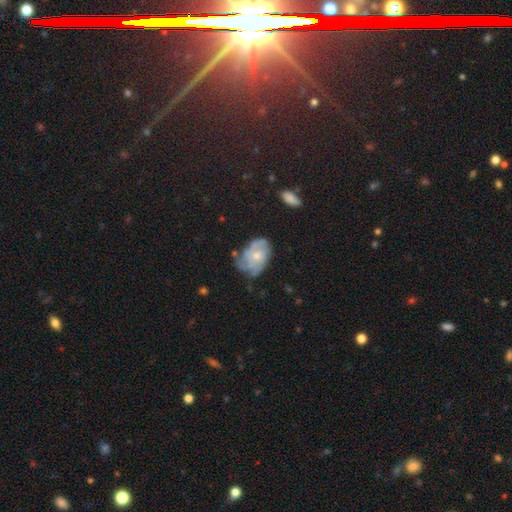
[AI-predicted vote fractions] Smooth or featured? featured or disk (59%)
Edge-on disk? no (97%)
Bar? no (83%)
Spiral arms? yes (66%)
Bulge size? small (53%)
Merging? none (51%)